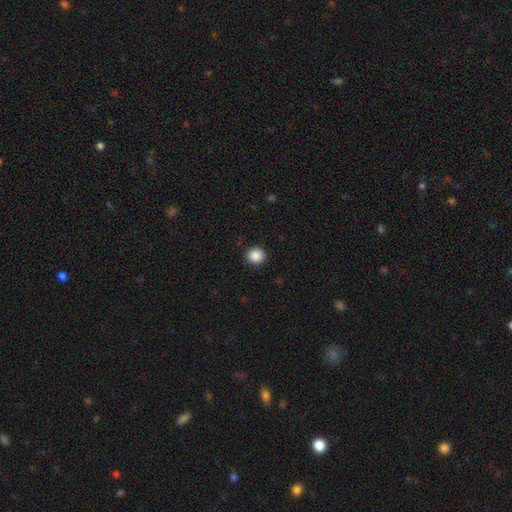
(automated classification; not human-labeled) A smooth galaxy with no disk features (88%) that is round (91%).

Vote fractions:
- Smooth or featured? smooth: 88% / star or artifact: 9% / featured or disk: 3%
- How rounded? round: 91% / in between: 8% / cigar-shaped: 1%
- Merging? none: 91% / minor disturbance: 6% / major disturbance: 2% / merger: 1%